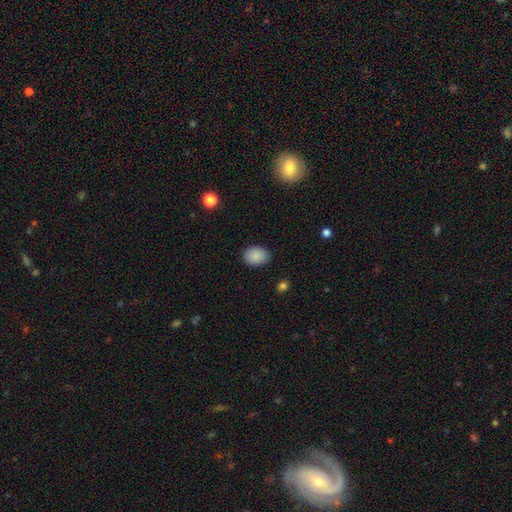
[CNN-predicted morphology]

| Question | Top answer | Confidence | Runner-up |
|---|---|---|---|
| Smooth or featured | smooth | 88% | star or artifact (8%) |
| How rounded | in between | 65% | round (34%) |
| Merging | none | 86% | minor disturbance (10%) |